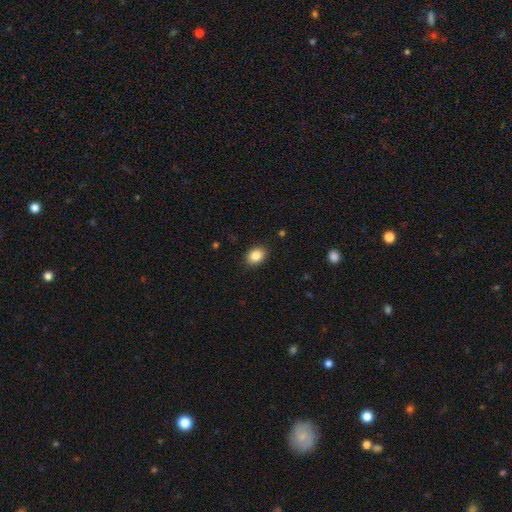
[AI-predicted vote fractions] A smooth galaxy with no disk features (86%) that is in between round and cigar-shaped (68%). Merging: none (89%).